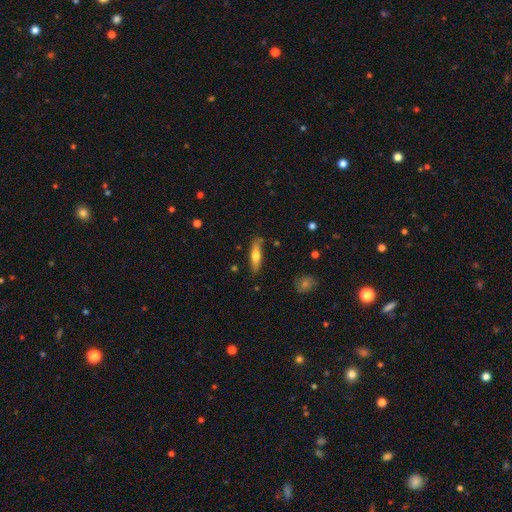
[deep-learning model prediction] Smooth or featured? Predicted: smooth (p=0.61). How rounded? Predicted: cigar-shaped (p=0.68). Merging? Predicted: none (p=0.82).